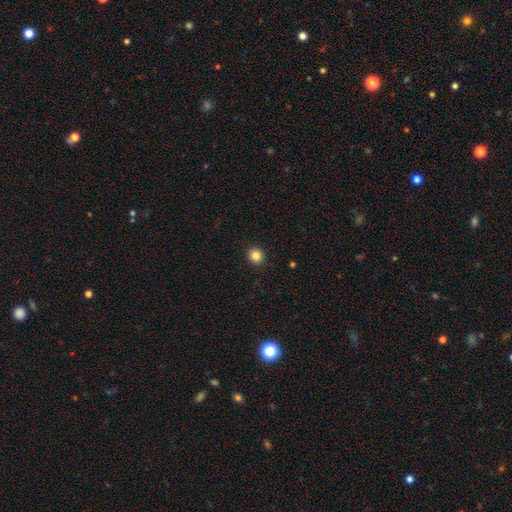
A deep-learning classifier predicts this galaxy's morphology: Q: Smooth or featured?
A: smooth (85%); runner-up: star or artifact (11%)
Q: How rounded?
A: round (90%); runner-up: in between (9%)
Q: Merging?
A: none (92%); runner-up: minor disturbance (5%)